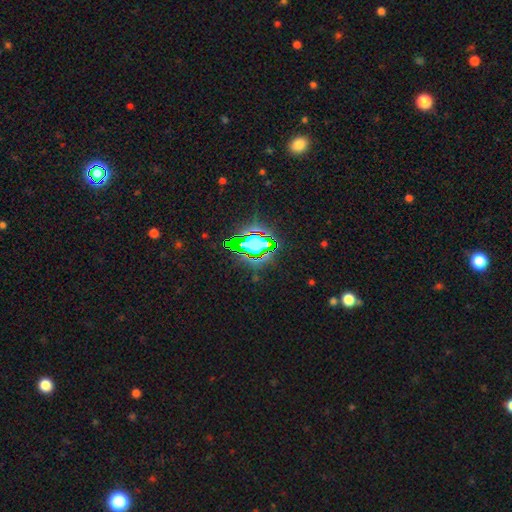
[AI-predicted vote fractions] Smooth or featured?
  - star or artifact: 76% *
  - smooth: 14%
  - featured or disk: 10%